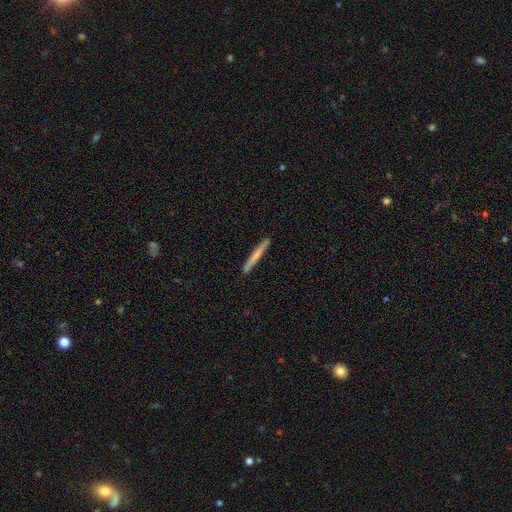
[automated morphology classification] Smooth or featured? smooth (60%)
How rounded? cigar-shaped (97%)
Merging? none (90%)